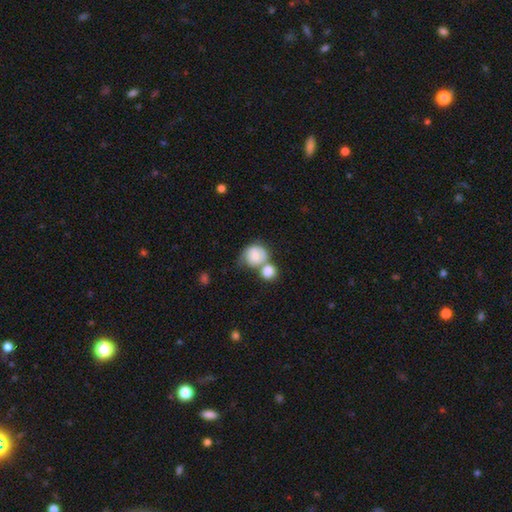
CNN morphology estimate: smooth 67%, featured or disk 25%, star or artifact 7%. Down the decision tree: how rounded — round (76%); merging — merger (53%).